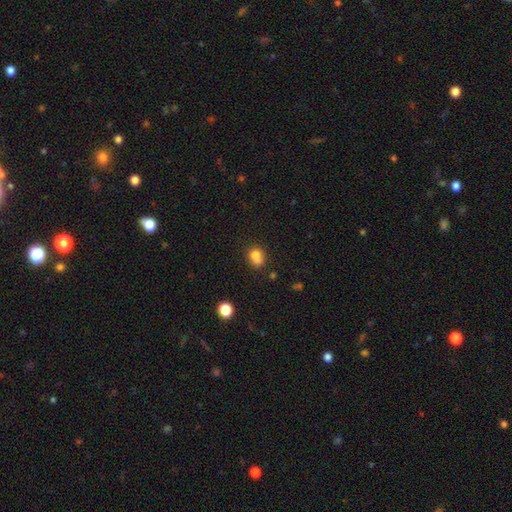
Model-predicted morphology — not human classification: This appears to be a smooth galaxy with no disk features (75%) that is round (59%). Merging: merger (42%).